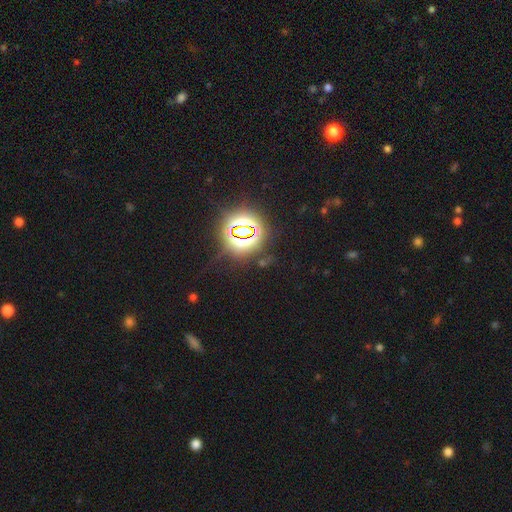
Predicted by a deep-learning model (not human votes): A star or artifact, not a galaxy (77%).